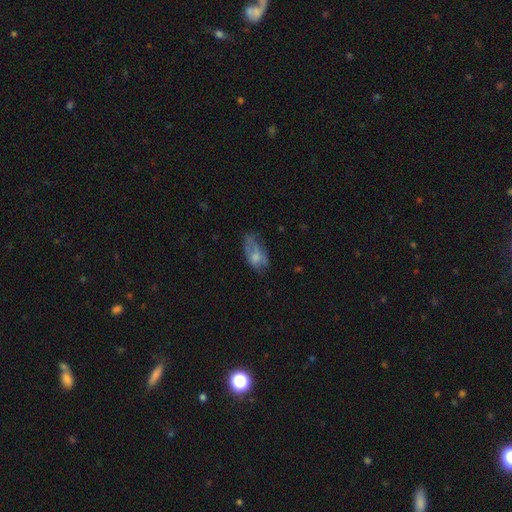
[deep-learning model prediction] smooth_or_featured: smooth (p=0.58) [alt: featured or disk p=0.33]
how_rounded: in between (p=0.88) [alt: cigar-shaped p=0.06]
merging: none (p=0.38) [alt: minor disturbance p=0.33]